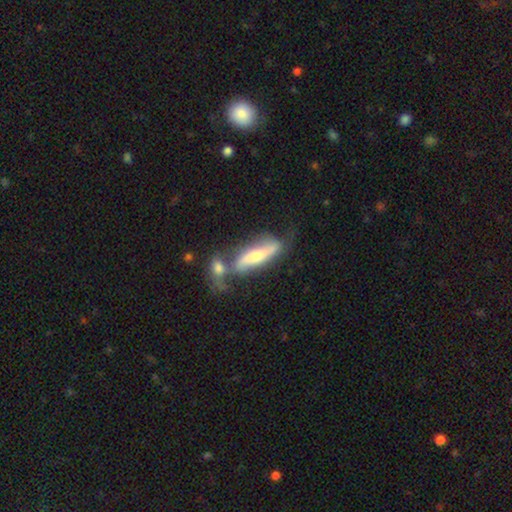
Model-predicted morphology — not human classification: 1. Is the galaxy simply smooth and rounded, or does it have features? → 63% featured or disk, 31% smooth, 7% star or artifact.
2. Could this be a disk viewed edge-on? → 54% no, 46% yes.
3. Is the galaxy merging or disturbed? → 38% none, 35% merger, 18% minor disturbance, 10% major disturbance.